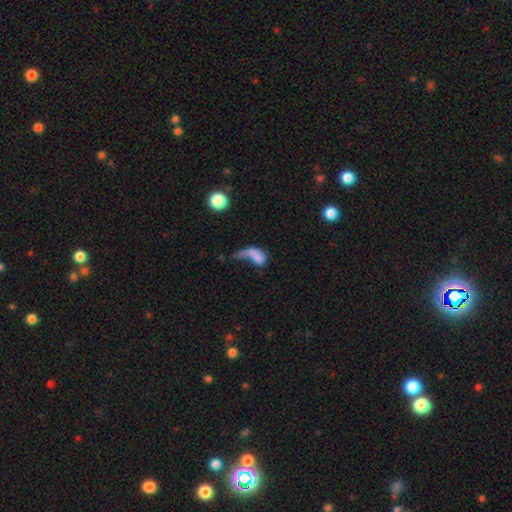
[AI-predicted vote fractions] smooth_or_featured: smooth (p=0.59) [alt: featured or disk p=0.30]
how_rounded: in between (p=0.67) [alt: round p=0.21]
merging: major disturbance (p=0.52) [alt: none p=0.20]